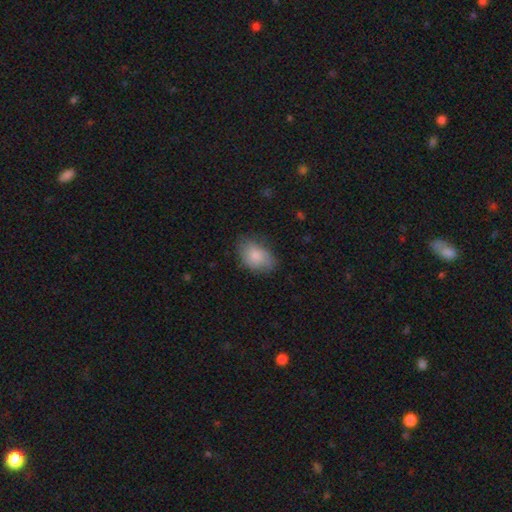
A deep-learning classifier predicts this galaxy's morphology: This appears to be a smooth galaxy with no disk features (83%) that is in between round and cigar-shaped (87%). Merging: none (69%).